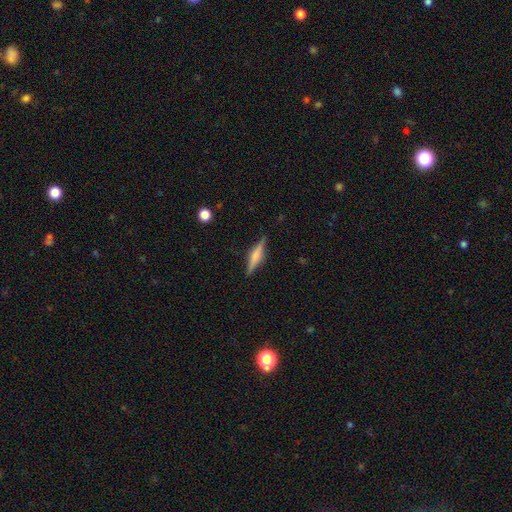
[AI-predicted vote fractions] Smooth or featured?
  - featured or disk: 59% *
  - smooth: 34%
  - star or artifact: 7%
Edge-on disk?
  - yes: 97% *
  - no: 3%
Edge-on bulge?
  - rounded: 69% *
  - boxy: 22%
  - none: 9%
Merging?
  - none: 88% *
  - minor disturbance: 8%
  - major disturbance: 2%
  - merger: 1%